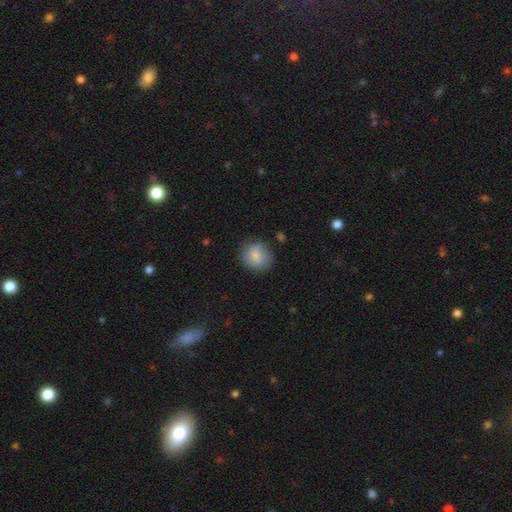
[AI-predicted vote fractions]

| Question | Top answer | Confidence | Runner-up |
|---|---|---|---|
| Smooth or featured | smooth | 84% | featured or disk (9%) |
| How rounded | round | 83% | in between (16%) |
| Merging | none | 80% | minor disturbance (15%) |